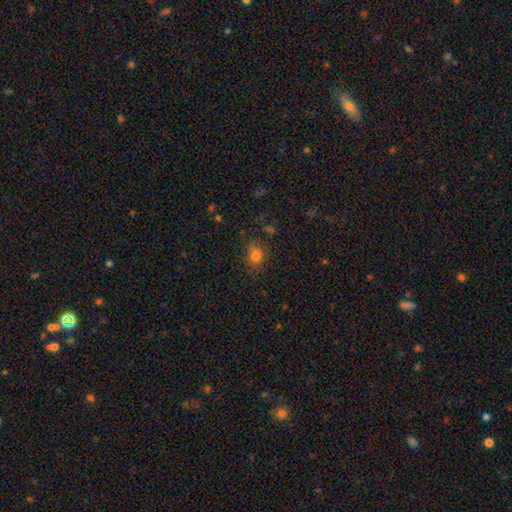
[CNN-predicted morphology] Overall: smooth (78%). How rounded: in between (56%; round 42%). Merging: none (72%).